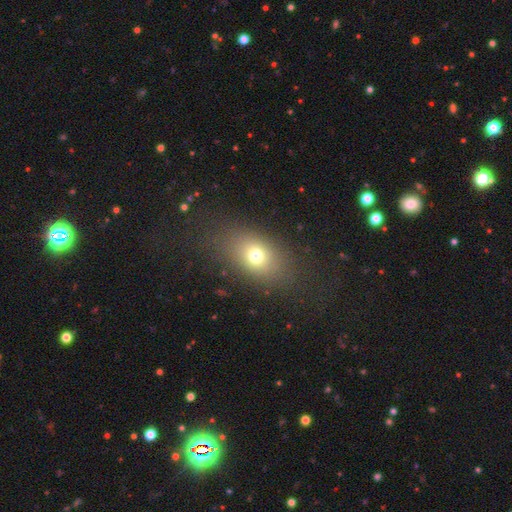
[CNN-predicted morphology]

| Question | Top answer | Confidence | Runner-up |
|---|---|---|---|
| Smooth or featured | smooth | 71% | star or artifact (15%) |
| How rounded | in between | 71% | round (27%) |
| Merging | none | 79% | minor disturbance (11%) |